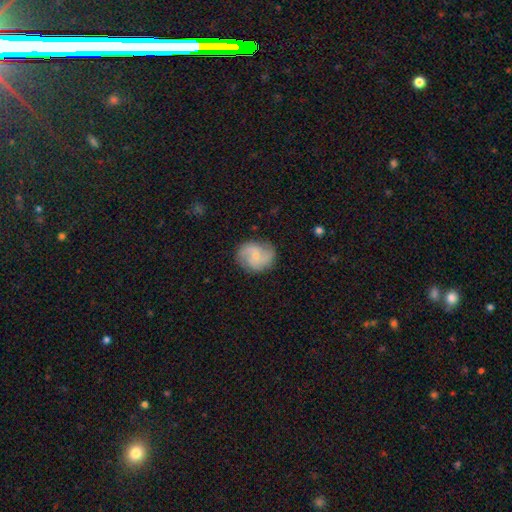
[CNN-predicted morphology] smooth-or-featured: featured or disk: 71% | smooth: 22% | star or artifact: 6%
  disk-edge-on: no: 98% | yes: 2%
    bar: no: 59% | weak: 36% | strong: 5%
    has-spiral-arms: yes: 95% | no: 5%
      spiral-winding: medium: 51% | loose: 25% | tight: 24%
      spiral-arm-count: 2: 65% | 3: 16% | can't tell: 10% | 1: 3% | 4: 3% | more than 4: 3%
    bulge-size: small: 67% | moderate: 21% | none: 9% | large: 1% | dominant: 1%
  merging: none: 79% | minor disturbance: 15% | major disturbance: 5% | merger: 1%